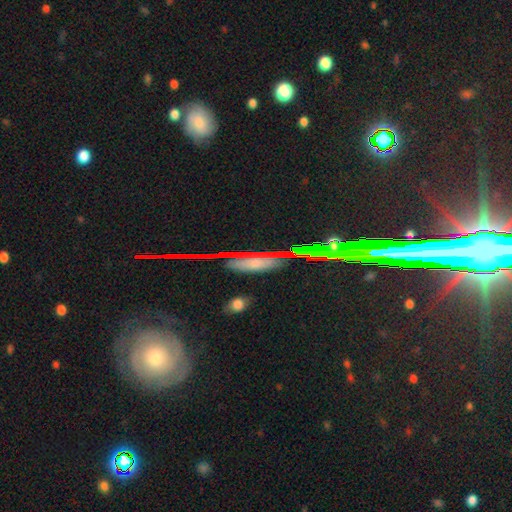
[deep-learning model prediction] Smooth or featured? star or artifact (52%)